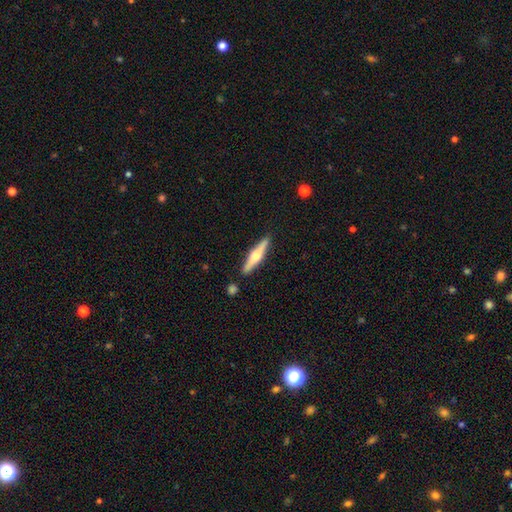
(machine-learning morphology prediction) Smooth or featured?
  - featured or disk: 65% *
  - smooth: 30%
  - star or artifact: 5%
Edge-on disk?
  - yes: 97% *
  - no: 3%
Edge-on bulge?
  - rounded: 92% *
  - boxy: 5%
  - none: 3%
Merging?
  - none: 88% *
  - minor disturbance: 8%
  - merger: 3%
  - major disturbance: 2%